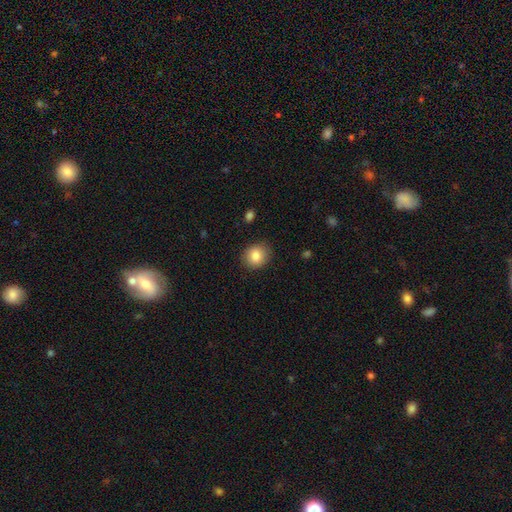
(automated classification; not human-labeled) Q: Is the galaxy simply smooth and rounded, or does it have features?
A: smooth — 85%.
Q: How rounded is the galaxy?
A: round — 71%.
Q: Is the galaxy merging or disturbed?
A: none — 87%.